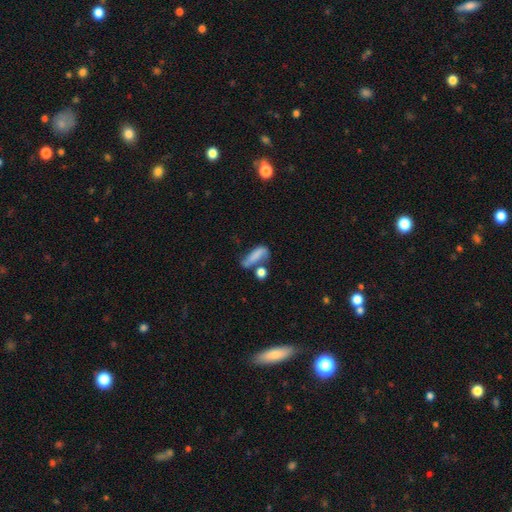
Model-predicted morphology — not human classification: Smooth or featured?
  - smooth: 68% *
  - featured or disk: 21%
  - star or artifact: 11%
How rounded?
  - in between: 59% *
  - cigar-shaped: 34%
  - round: 7%
Merging?
  - none: 35% *
  - merger: 26%
  - minor disturbance: 22%
  - major disturbance: 17%